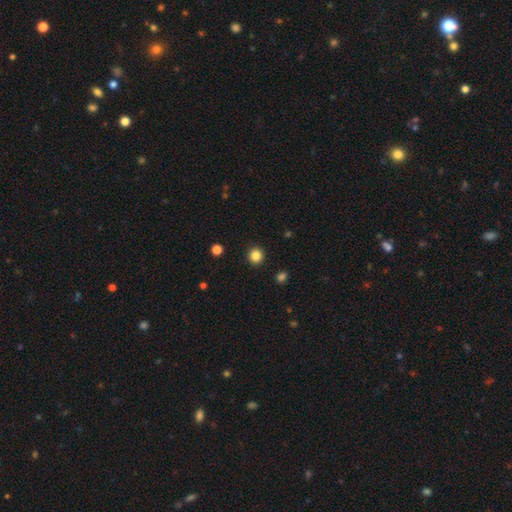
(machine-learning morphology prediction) smooth-or-featured: smooth: 85% | star or artifact: 11% | featured or disk: 4%
  how-rounded: round: 93% | in between: 6% | cigar-shaped: 1%
  merging: none: 93% | minor disturbance: 4% | major disturbance: 2% | merger: 1%